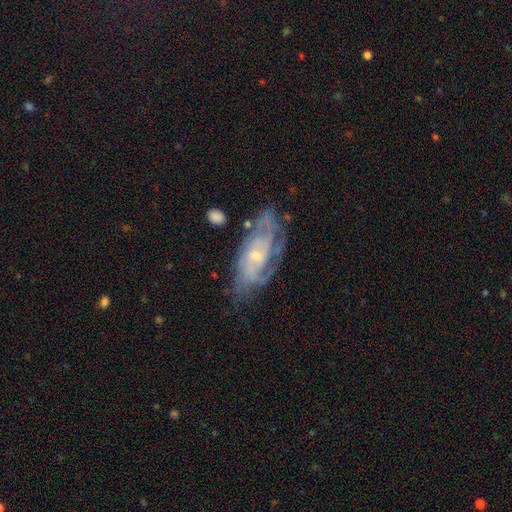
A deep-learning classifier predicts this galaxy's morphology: smooth_or_featured: featured or disk (p=0.79) [alt: smooth p=0.14]
disk_edge_on: no (p=0.92) [alt: yes p=0.08]
bar: no (p=0.61) [alt: weak p=0.33]
has_spiral_arms: yes (p=0.89) [alt: no p=0.11]
spiral_winding: tight (p=0.53) [alt: medium p=0.36]
spiral_arm_count: can't tell (p=0.46) [alt: 2 p=0.19]
bulge_size: small (p=0.56) [alt: moderate p=0.31]
merging: none (p=0.62) [alt: minor disturbance p=0.22]